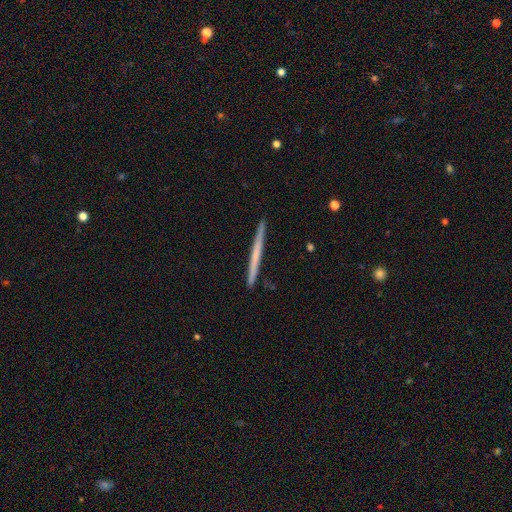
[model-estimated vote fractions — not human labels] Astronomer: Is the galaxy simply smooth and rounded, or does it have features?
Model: featured or disk — 49% (runner-up: smooth, 46%).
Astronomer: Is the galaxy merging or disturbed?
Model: none — 92%.